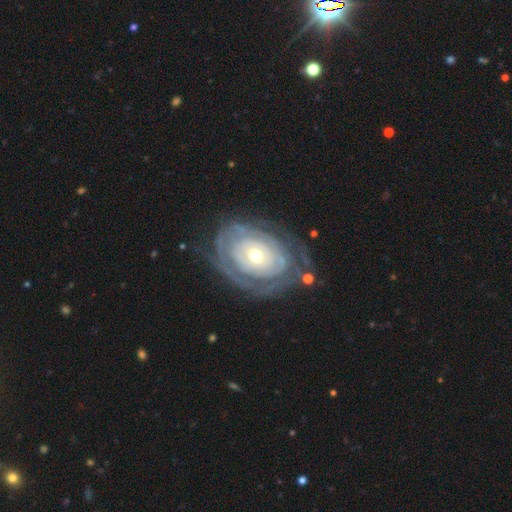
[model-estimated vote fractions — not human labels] Smooth or featured? Predicted: featured or disk (p=0.79). Edge-on disk? Predicted: no (p=0.95). Bar? Predicted: no (p=0.82). Spiral arms? Predicted: yes (p=0.68). Spiral winding? Predicted: tight (p=0.78). Spiral arm count? Predicted: can't tell (p=0.54). Bulge size? Predicted: moderate (p=0.57). Merging? Predicted: none (p=0.65).